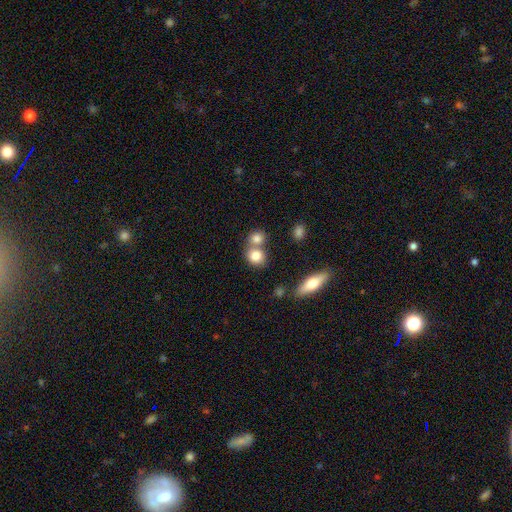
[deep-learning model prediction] smooth-or-featured: smooth: 80% | featured or disk: 11% | star or artifact: 9%
  how-rounded: round: 72% | in between: 26% | cigar-shaped: 2%
  merging: none: 46% | merger: 42% | minor disturbance: 8% | major disturbance: 3%